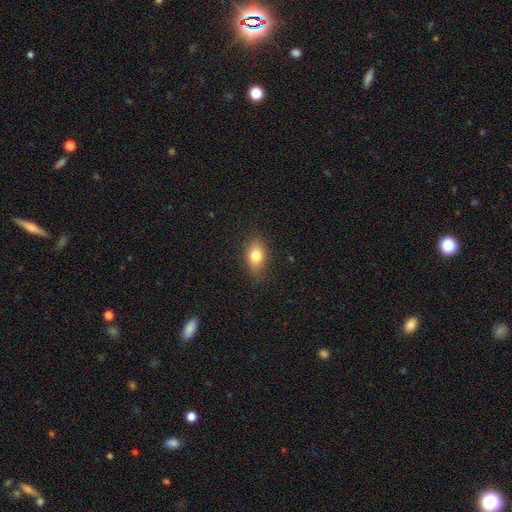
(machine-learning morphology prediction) A smooth galaxy with no disk features (78%) that is in between round and cigar-shaped (80%).

Vote fractions:
- Smooth or featured? smooth: 78% / featured or disk: 12% / star or artifact: 9%
- How rounded? in between: 80% / round: 17% / cigar-shaped: 3%
- Merging? none: 81% / minor disturbance: 15% / major disturbance: 3% / merger: 1%